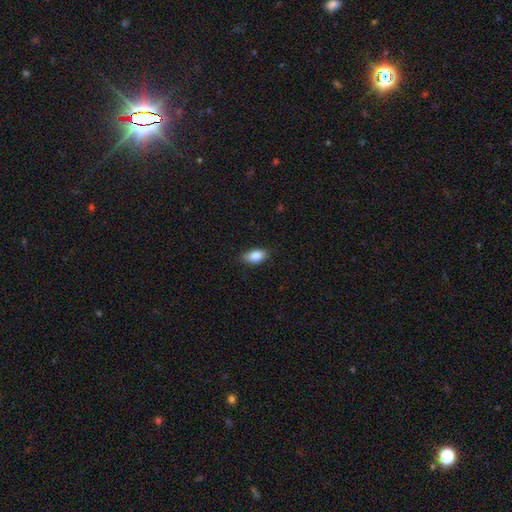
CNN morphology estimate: Smooth or featured?
  - smooth: 85% *
  - star or artifact: 8%
  - featured or disk: 7%
How rounded?
  - in between: 89% *
  - round: 7%
  - cigar-shaped: 4%
Merging?
  - none: 81% *
  - minor disturbance: 15%
  - major disturbance: 3%
  - merger: 1%